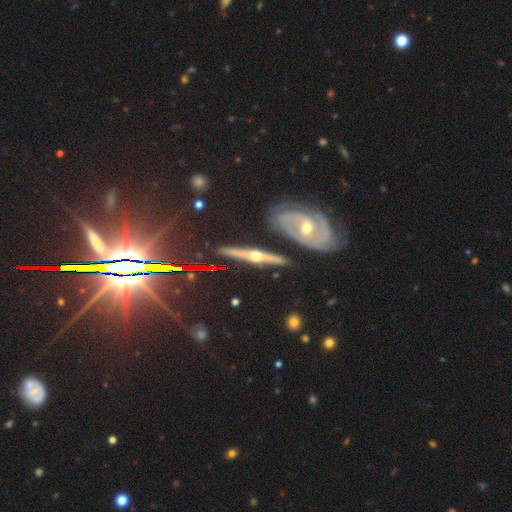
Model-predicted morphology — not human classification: A featured or disk galaxy (80%) viewed edge-on (93%) with a rounded central bulge (95%).

Vote fractions:
- Smooth or featured? featured or disk: 80% / smooth: 12% / star or artifact: 7%
- Edge-on disk? yes: 93% / no: 7%
- Edge-on bulge? rounded: 95% / none: 3% / boxy: 3%
- Merging? none: 82% / minor disturbance: 11% / merger: 4% / major disturbance: 3%